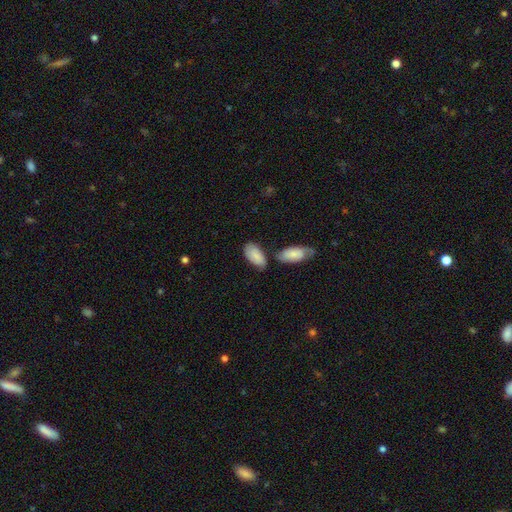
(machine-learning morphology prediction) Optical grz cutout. It shows a smooth galaxy with no disk features (74%) that is in between round and cigar-shaped (92%). Merging: none (56%).